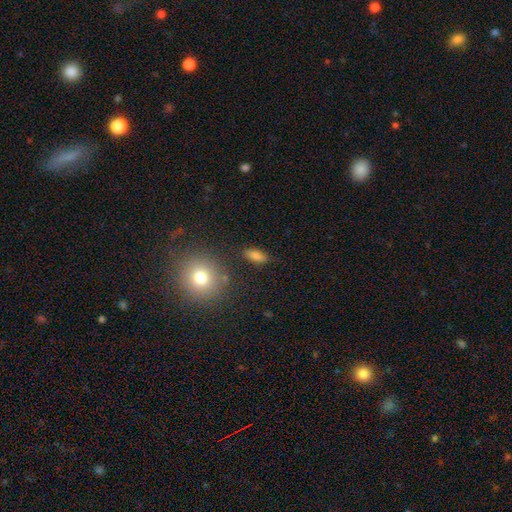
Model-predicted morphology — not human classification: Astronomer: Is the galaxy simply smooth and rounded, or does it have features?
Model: smooth — 81%.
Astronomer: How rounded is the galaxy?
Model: in between — 69%.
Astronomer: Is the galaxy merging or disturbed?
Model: none — 83%.